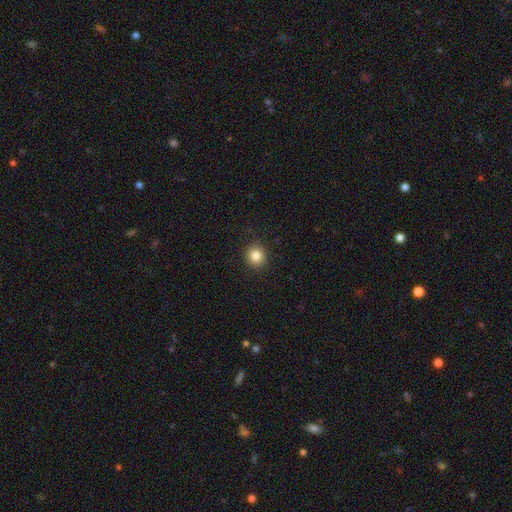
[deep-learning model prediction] A smooth galaxy with no disk features (84%) that is round (91%). Merging: none (91%).